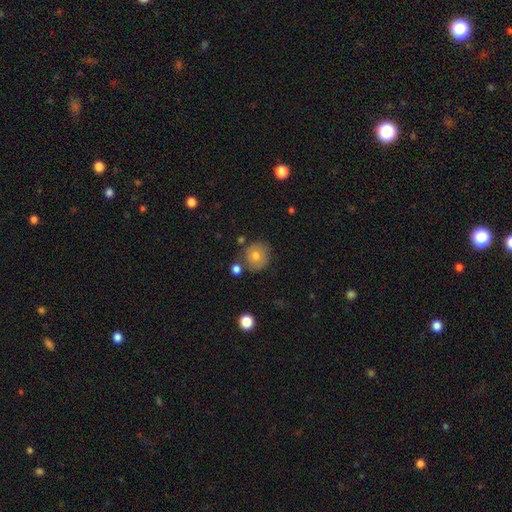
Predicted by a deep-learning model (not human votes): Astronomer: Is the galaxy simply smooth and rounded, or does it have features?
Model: smooth — 73%.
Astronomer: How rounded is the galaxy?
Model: round — 88%.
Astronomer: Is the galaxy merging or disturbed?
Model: none — 77%.